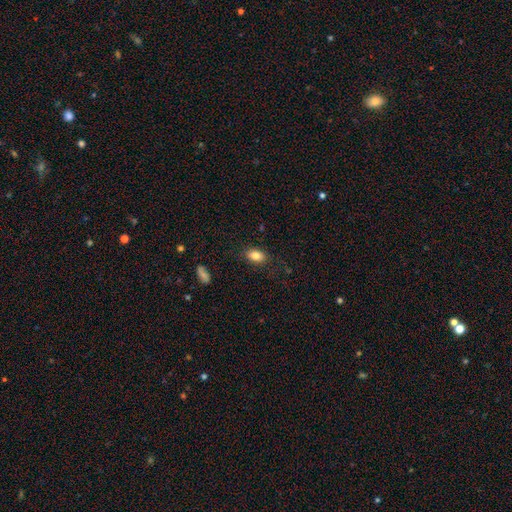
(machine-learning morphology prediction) This appears to be a smooth galaxy with no disk features (83%) that is in between round and cigar-shaped (86%). Merging: none (84%).